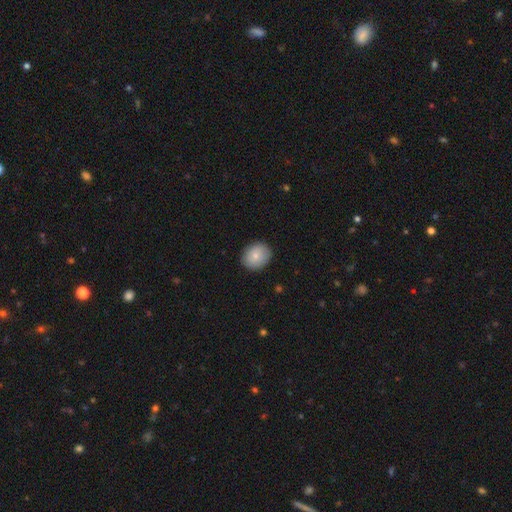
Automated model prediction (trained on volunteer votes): Smooth or featured? Predicted: smooth (p=0.81). How rounded? Predicted: round (p=0.55). Merging? Predicted: none (p=0.87).